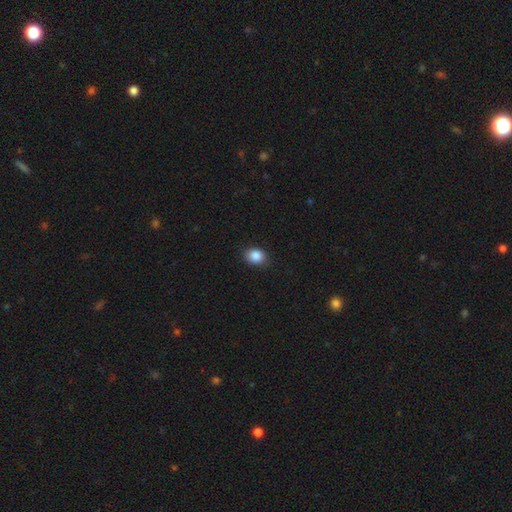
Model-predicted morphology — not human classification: Smooth or featured? Predicted: smooth (p=0.87). How rounded? Predicted: round (p=0.50). Merging? Predicted: none (p=0.86).